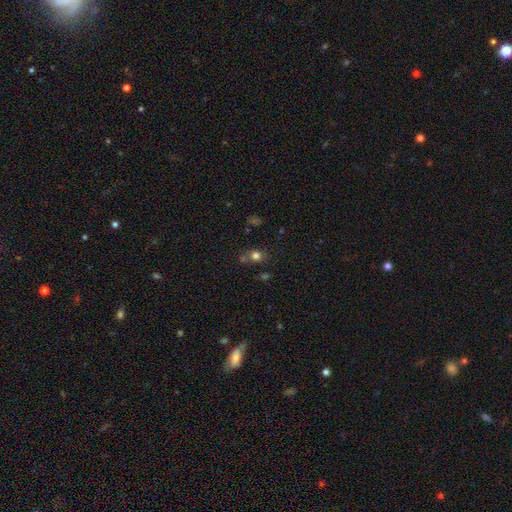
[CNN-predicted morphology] Smooth or featured? smooth (75%)
How rounded? round (75%)
Merging? none (63%)